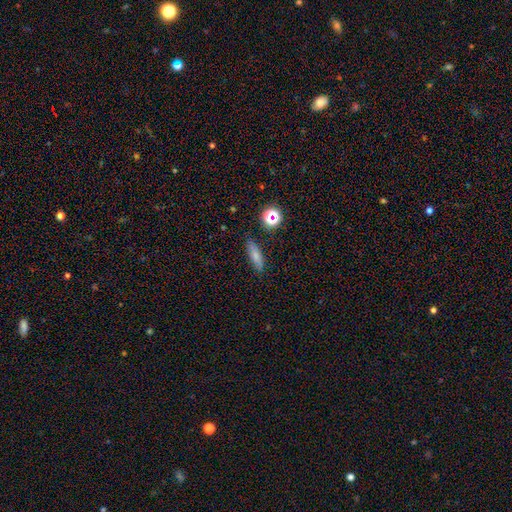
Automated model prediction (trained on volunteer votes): smooth_or_featured: smooth (p=0.75) [alt: featured or disk p=0.13]
how_rounded: cigar-shaped (p=0.54) [alt: in between p=0.41]
merging: none (p=0.84) [alt: minor disturbance p=0.11]